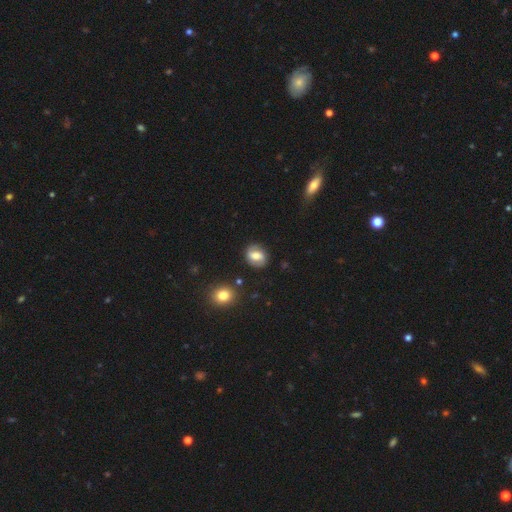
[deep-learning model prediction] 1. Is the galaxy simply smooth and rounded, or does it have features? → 48% smooth, 44% featured or disk, 9% star or artifact.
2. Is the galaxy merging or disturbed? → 79% none, 14% minor disturbance, 4% major disturbance, 3% merger.